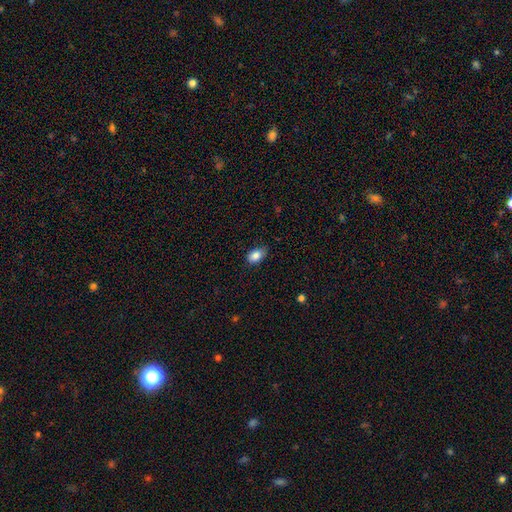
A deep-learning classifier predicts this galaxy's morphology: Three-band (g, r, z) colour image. It shows a smooth galaxy with no disk features (85%) that is in between round and cigar-shaped (88%). Merging: none (75%).